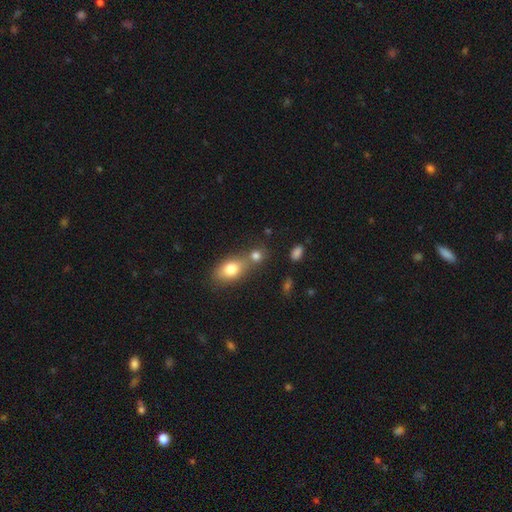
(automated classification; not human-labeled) Morphology: type=smooth (79%); roundness=round (54%); merging=merger (47%).